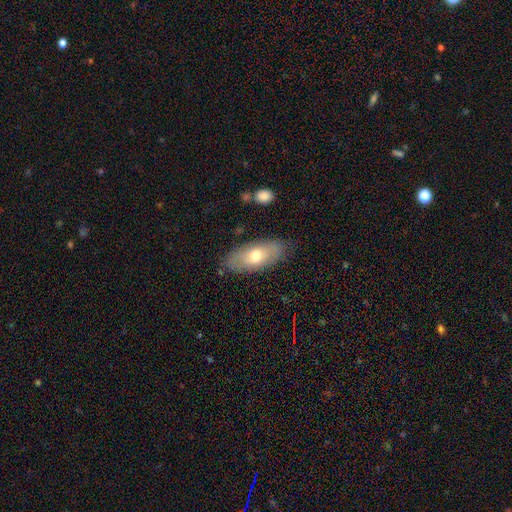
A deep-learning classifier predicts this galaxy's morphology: Smooth or featured?
  - smooth: 62% *
  - featured or disk: 32%
  - star or artifact: 6%
How rounded?
  - in between: 86% *
  - cigar-shaped: 11%
  - round: 3%
Merging?
  - none: 81% *
  - minor disturbance: 14%
  - major disturbance: 3%
  - merger: 2%